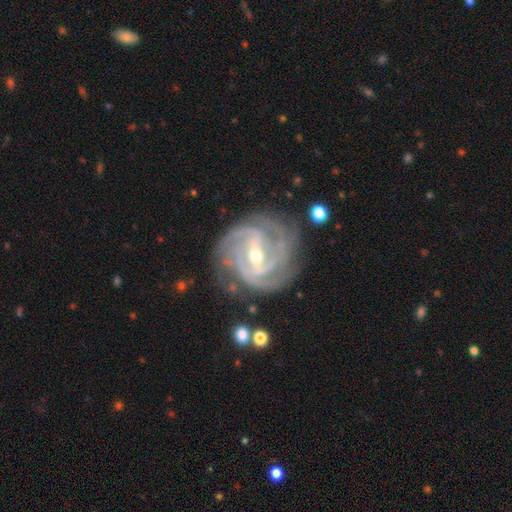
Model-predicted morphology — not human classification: Smooth or featured? Predicted: featured or disk (p=0.92). Edge-on disk? Predicted: no (p=0.97). Bar? Predicted: strong (p=0.46). Spiral arms? Predicted: yes (p=0.98). Spiral winding? Predicted: tight (p=0.66). Spiral arm count? Predicted: 3 (p=0.35). Bulge size? Predicted: moderate (p=0.49). Merging? Predicted: none (p=0.75).